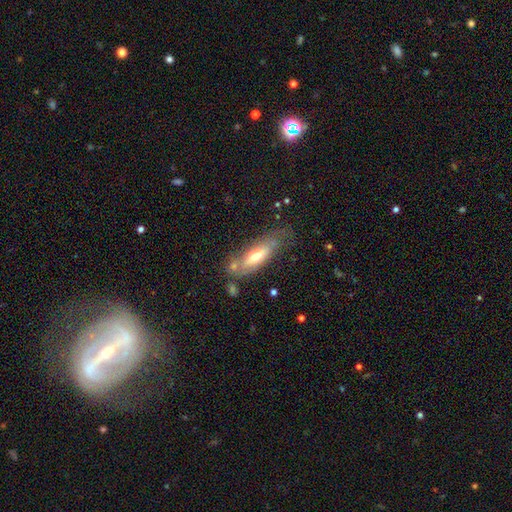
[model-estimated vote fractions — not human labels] smooth 49%, featured or disk 45%, star or artifact 7%. Down the decision tree: merging — none (55%).